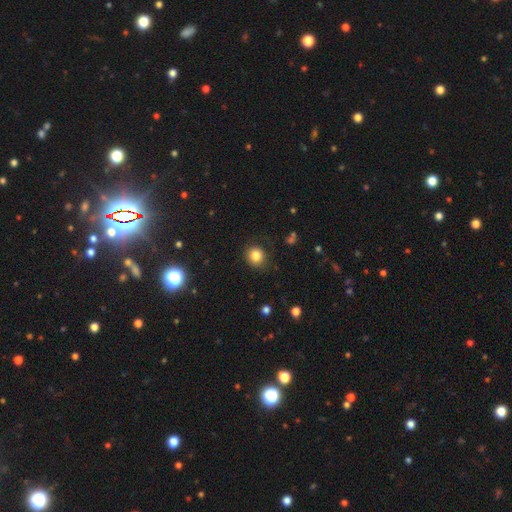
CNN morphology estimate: Smooth or featured?
  - smooth: 83% *
  - star or artifact: 11%
  - featured or disk: 6%
How rounded?
  - round: 86% *
  - in between: 14%
  - cigar-shaped: 1%
Merging?
  - none: 84% *
  - minor disturbance: 11%
  - major disturbance: 4%
  - merger: 1%